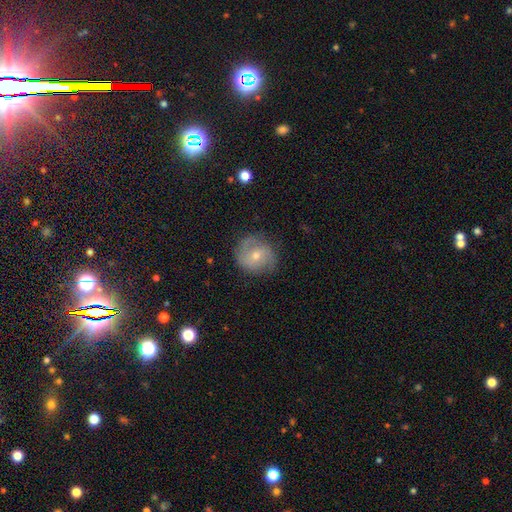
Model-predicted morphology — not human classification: Smooth or featured? Predicted: featured or disk (p=0.64). Edge-on disk? Predicted: no (p=0.97). Bar? Predicted: no (p=0.60). Spiral arms? Predicted: yes (p=0.88). Spiral winding? Predicted: tight (p=0.43). Spiral arm count? Predicted: 2 (p=0.61). Bulge size? Predicted: small (p=0.51). Merging? Predicted: none (p=0.77).